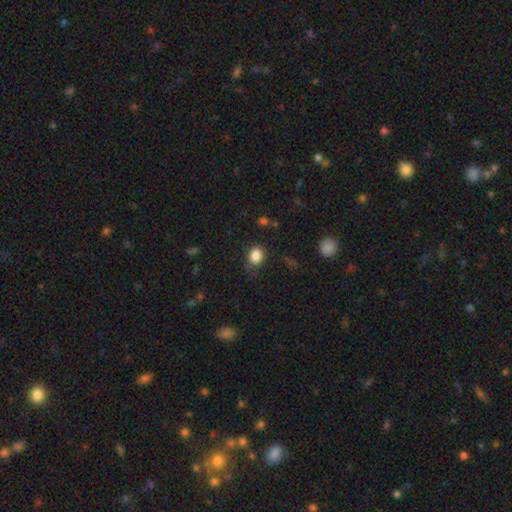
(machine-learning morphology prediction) This is clearly a smooth galaxy (85%). How rounded: possibly round (59%). Merging: likely none (73%).